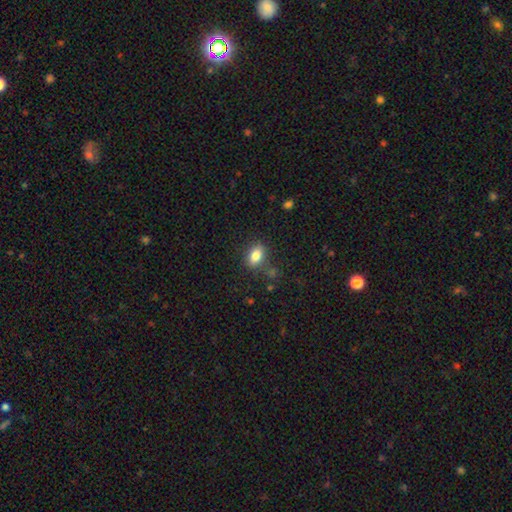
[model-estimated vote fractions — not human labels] Overall: smooth (83%). How rounded: in between (83%). Merging: none (79%).